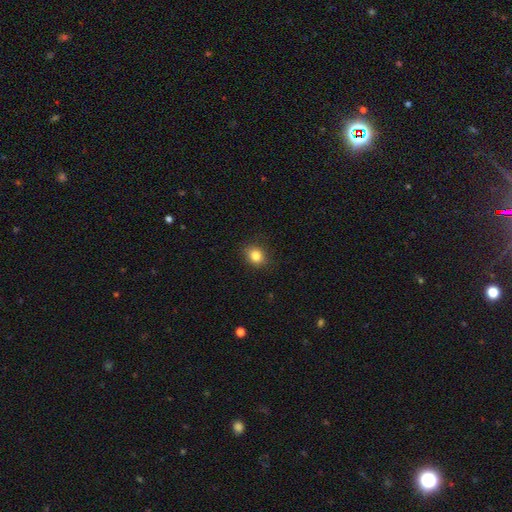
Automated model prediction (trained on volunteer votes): The model was most divided on "how rounded": round: 59%, in between: 40%, cigar-shaped: 1%. More confident: merging — none (87%); smooth or featured — smooth (84%).